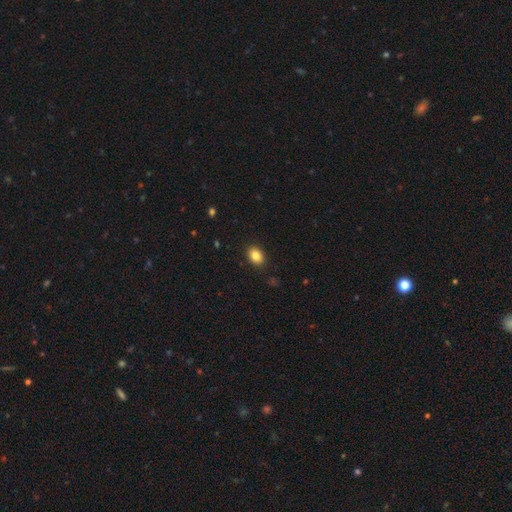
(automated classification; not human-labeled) Q: Smooth or featured?
A: smooth (86%); runner-up: star or artifact (9%)
Q: How rounded?
A: in between (73%); runner-up: round (26%)
Q: Merging?
A: none (89%); runner-up: minor disturbance (8%)